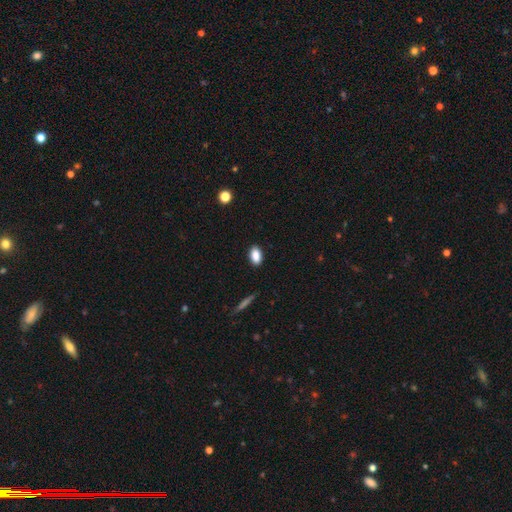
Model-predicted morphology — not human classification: Smooth or featured? Predicted: smooth (p=0.88). How rounded? Predicted: in between (p=0.90). Merging? Predicted: none (p=0.89).